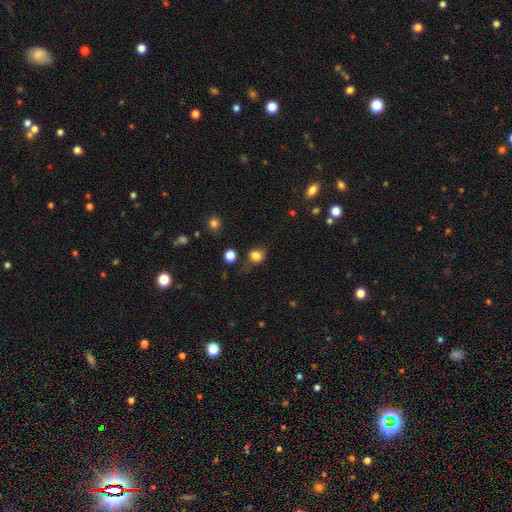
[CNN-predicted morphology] smooth_or_featured: smooth (p=0.81) [alt: star or artifact p=0.12]
how_rounded: round (p=0.64) [alt: in between p=0.35]
merging: none (p=0.65) [alt: minor disturbance p=0.22]